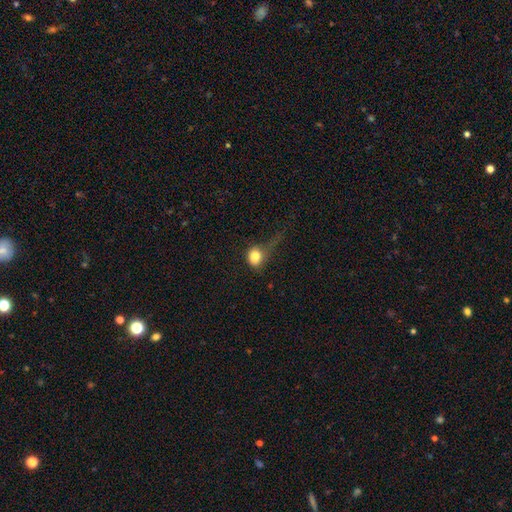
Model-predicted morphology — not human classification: Overall: smooth (79%). How rounded: round (69%). Merging: major disturbance (35%; none 33%).